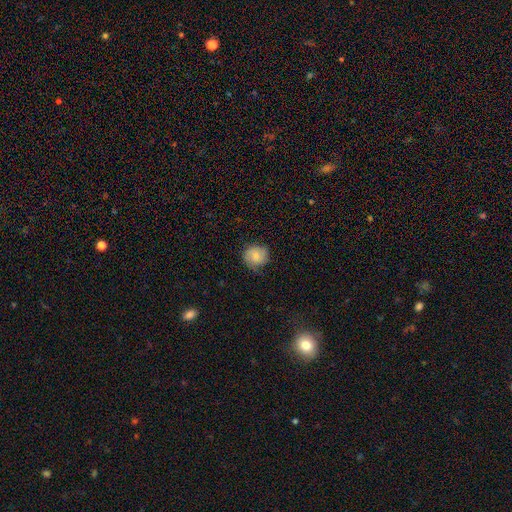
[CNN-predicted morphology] smooth_or_featured: smooth (p=0.74) [alt: featured or disk p=0.18]
how_rounded: round (p=0.86) [alt: in between p=0.13]
merging: none (p=0.78) [alt: minor disturbance p=0.17]